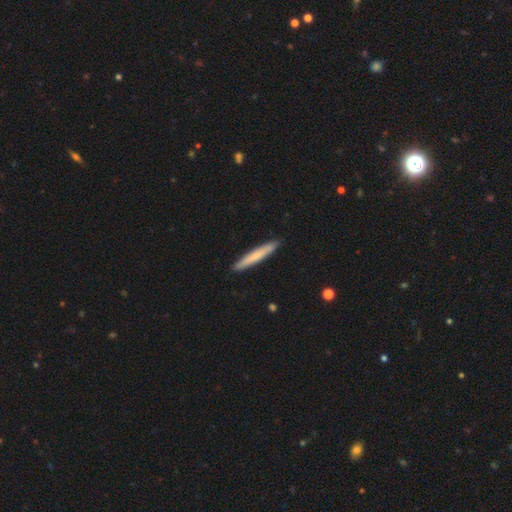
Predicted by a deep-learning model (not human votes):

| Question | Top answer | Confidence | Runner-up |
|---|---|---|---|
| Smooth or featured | smooth | 69% | featured or disk (25%) |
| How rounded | cigar-shaped | 95% | in between (4%) |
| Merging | none | 91% | minor disturbance (7%) |